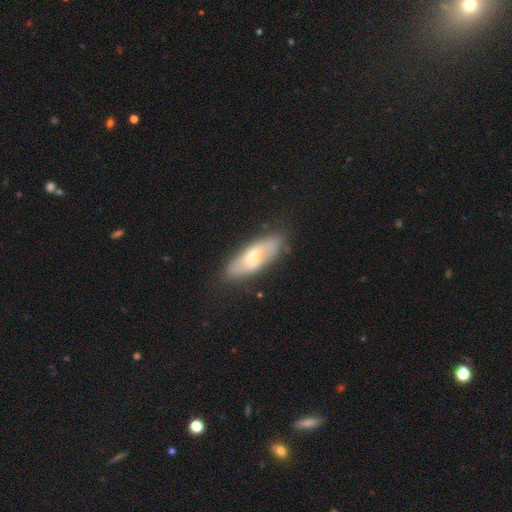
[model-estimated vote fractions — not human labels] Smooth or featured? Predicted: smooth (p=0.47). Merging? Predicted: none (p=0.79).